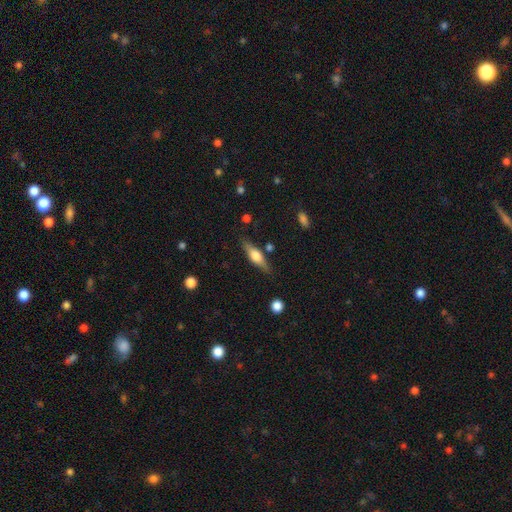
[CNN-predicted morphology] smooth_or_featured: featured or disk (p=0.51) [alt: smooth p=0.43]
disk_edge_on: yes (p=0.91) [alt: no p=0.09]
merging: none (p=0.81) [alt: minor disturbance p=0.12]